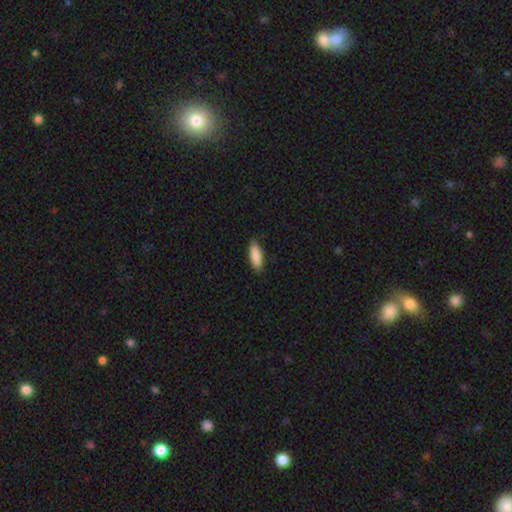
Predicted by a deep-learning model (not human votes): Smooth or featured?
  - smooth: 88% *
  - featured or disk: 6%
  - star or artifact: 6%
How rounded?
  - in between: 65% *
  - cigar-shaped: 34%
  - round: 2%
Merging?
  - none: 87% *
  - minor disturbance: 10%
  - major disturbance: 2%
  - merger: 1%